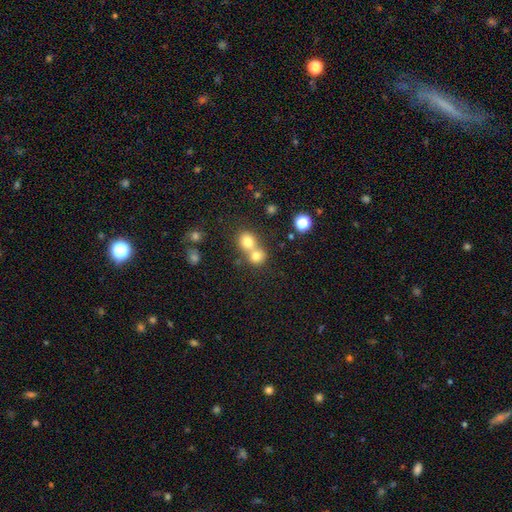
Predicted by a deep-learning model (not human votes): smooth_or_featured: smooth (p=0.74) [alt: star or artifact p=0.14]
how_rounded: round (p=0.81) [alt: in between p=0.18]
merging: merger (p=0.58) [alt: none p=0.35]